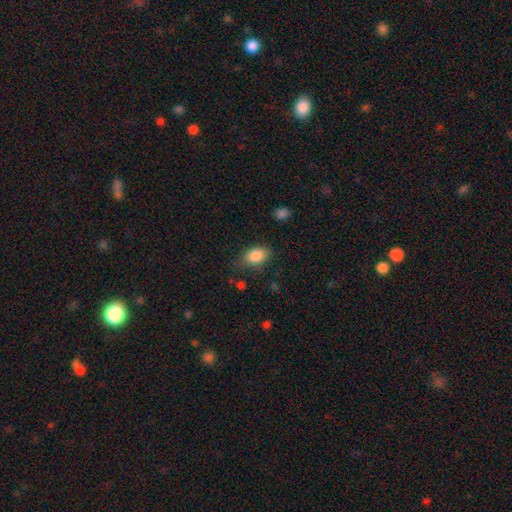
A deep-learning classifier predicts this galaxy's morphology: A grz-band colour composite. It shows a smooth galaxy with no disk features (86%) that is in between round and cigar-shaped (86%). Merging: none (73%).